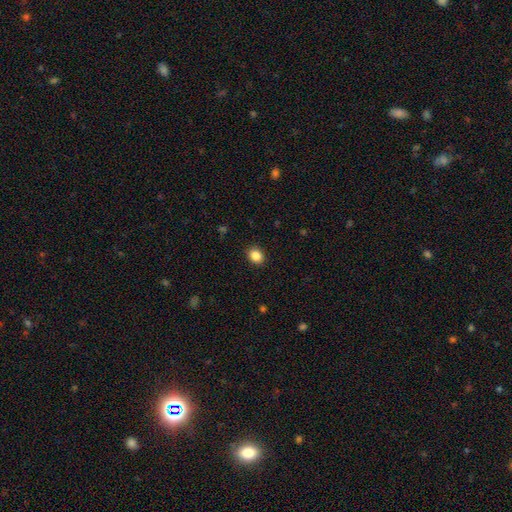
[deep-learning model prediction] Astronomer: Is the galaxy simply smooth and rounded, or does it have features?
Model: smooth — 86%.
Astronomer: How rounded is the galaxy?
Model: round — 57% (runner-up: in between, 43%).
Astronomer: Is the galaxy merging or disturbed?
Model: none — 90%.